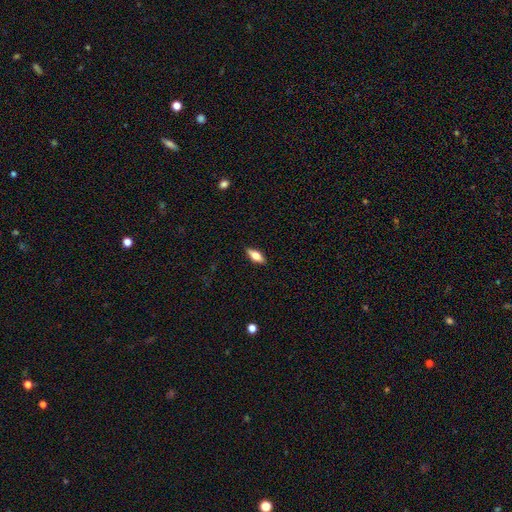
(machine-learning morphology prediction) Q: Smooth or featured?
A: smooth (64%); runner-up: featured or disk (29%)
Q: How rounded?
A: in between (71%); runner-up: cigar-shaped (26%)
Q: Merging?
A: none (88%); runner-up: minor disturbance (9%)